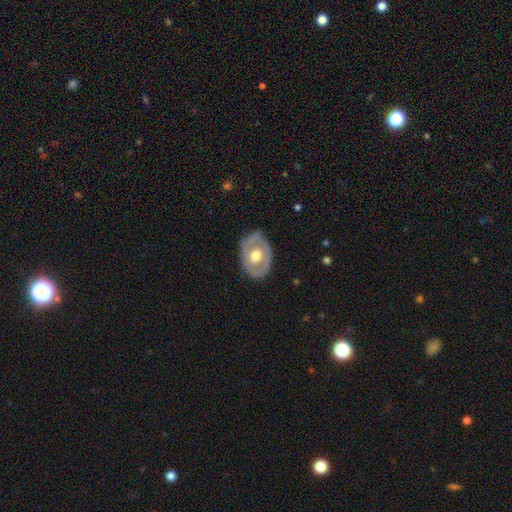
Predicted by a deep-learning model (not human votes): A featured or disk galaxy (58%) with no bar (75%), no spiral arms (76%) and a moderate central bulge (61%). Merging: none (75%).